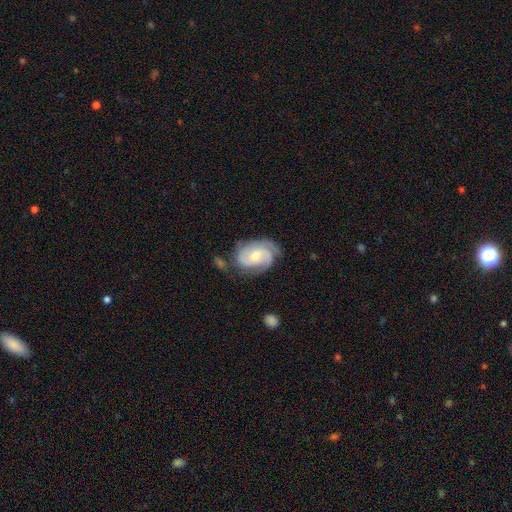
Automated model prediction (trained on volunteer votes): The model was most divided on "spiral arm count": 2: 37%, 3: 31%, can't tell: 18%, 1: 6%, 4: 4%, more than 4: 3%. More confident: edge-on disk — no (97%); spiral arms — yes (95%); smooth or featured — featured or disk (78%); merging — none (63%); bar — no (60%); bulge size — moderate (57%); spiral winding — tight (51%).